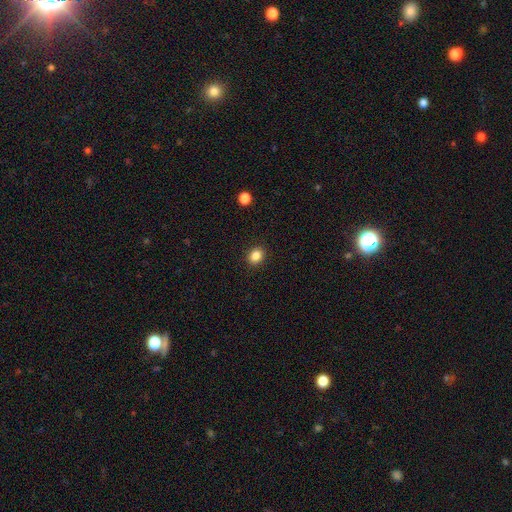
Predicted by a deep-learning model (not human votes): A smooth galaxy with no disk features (85%) that is round (58%). Merging: none (91%).